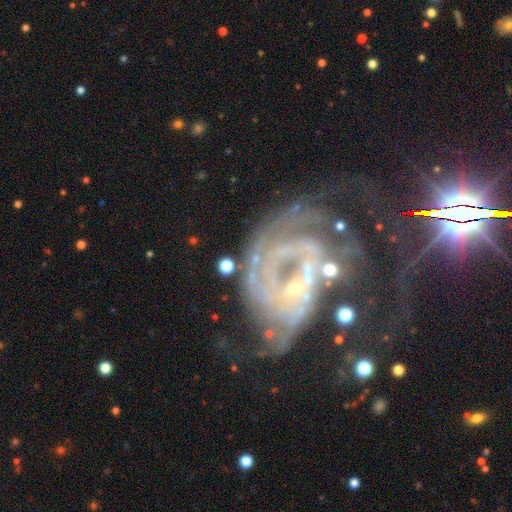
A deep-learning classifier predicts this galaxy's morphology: smooth_or_featured: featured or disk (p=0.83) [alt: star or artifact p=0.10]
disk_edge_on: no (p=0.98) [alt: yes p=0.02]
bar: no (p=0.59) [alt: weak p=0.28]
has_spiral_arms: yes (p=0.83) [alt: no p=0.17]
spiral_winding: medium (p=0.39) [alt: tight p=0.34]
spiral_arm_count: 2 (p=0.33) [alt: can't tell p=0.27]
bulge_size: small (p=0.66) [alt: none p=0.18]
merging: major disturbance (p=0.43) [alt: none p=0.22]